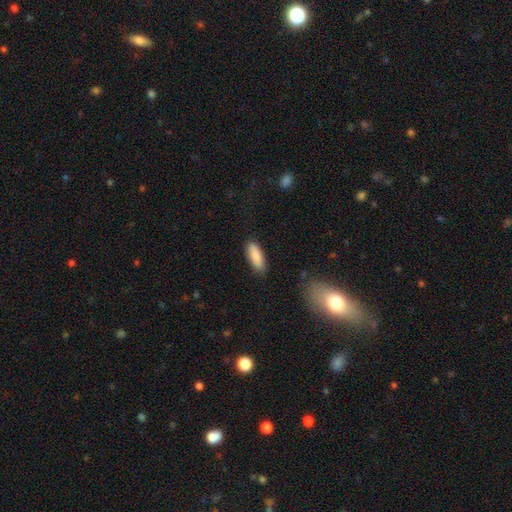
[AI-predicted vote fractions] A smooth galaxy with no disk features (87%) that is in between round and cigar-shaped (55%).

Vote fractions:
- Smooth or featured? smooth: 87% / featured or disk: 7% / star or artifact: 6%
- How rounded? in between: 55% / cigar-shaped: 43% / round: 2%
- Merging? none: 87% / minor disturbance: 10% / major disturbance: 2% / merger: 1%